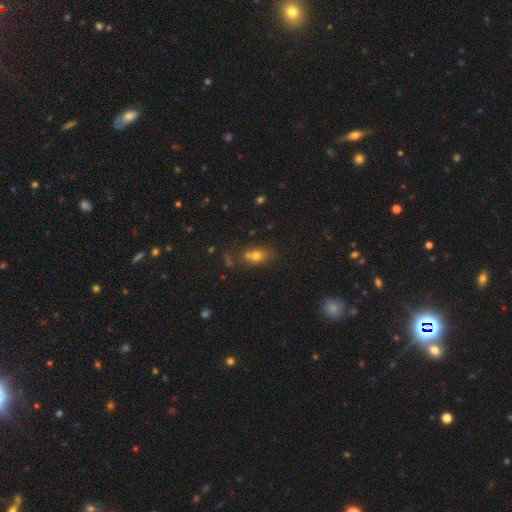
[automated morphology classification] This is likely a smooth galaxy (72%). How rounded: likely in between (70%). Merging: possibly none (56%).